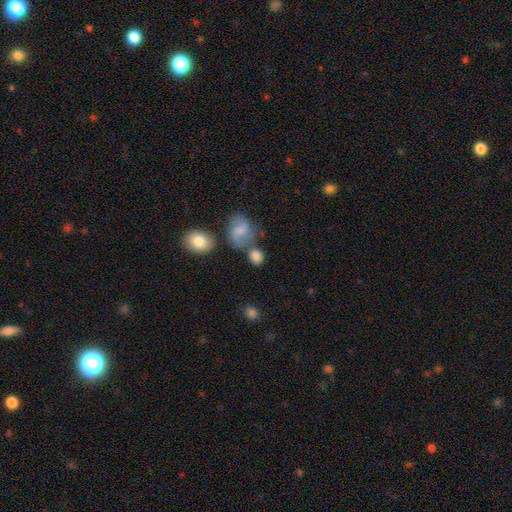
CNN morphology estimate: Q: Smooth or featured?
A: smooth (79%); runner-up: featured or disk (12%)
Q: How rounded?
A: round (60%); runner-up: in between (39%)
Q: Merging?
A: none (58%); runner-up: merger (20%)